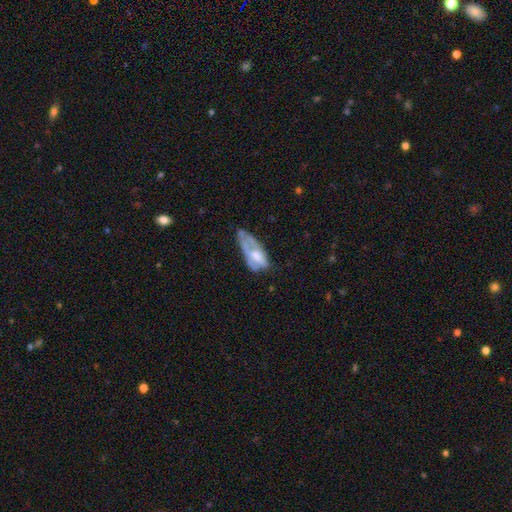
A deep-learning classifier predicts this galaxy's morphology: This appears to be a featured or disk galaxy (50%). Merging: major disturbance (37%).